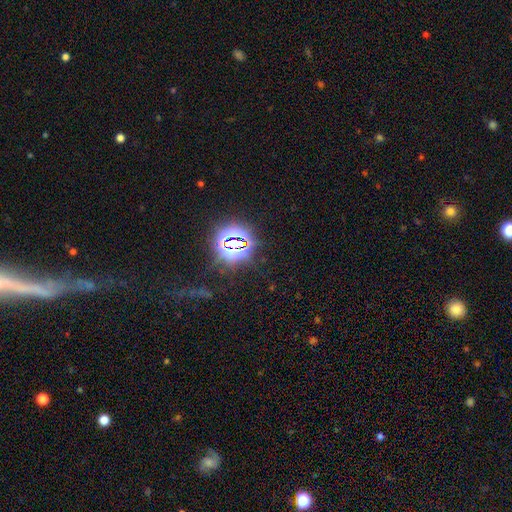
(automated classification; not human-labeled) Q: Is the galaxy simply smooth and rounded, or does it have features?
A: star or artifact — 72%.